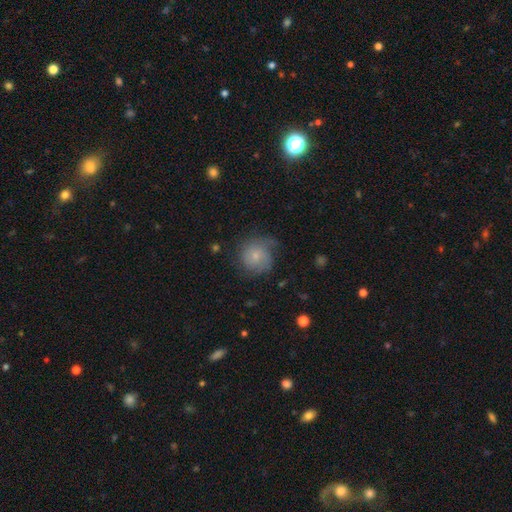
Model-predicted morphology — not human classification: Overall: smooth (56%; featured or disk 35%). How rounded: round (88%). Merging: none (56%; minor disturbance 27%).